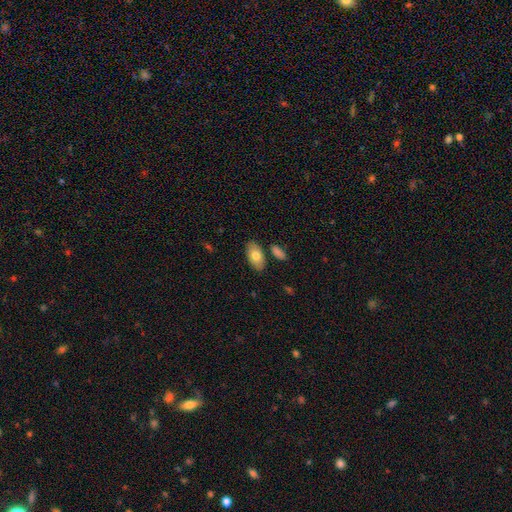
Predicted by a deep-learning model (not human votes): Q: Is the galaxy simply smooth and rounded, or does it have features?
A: smooth — 75%.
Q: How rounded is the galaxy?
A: in between — 94%.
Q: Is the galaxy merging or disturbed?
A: none — 82%.